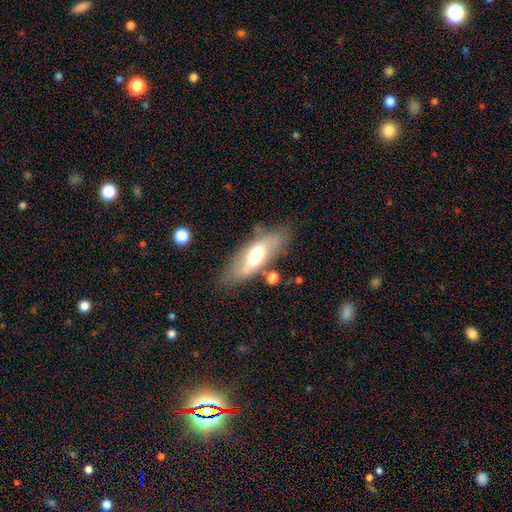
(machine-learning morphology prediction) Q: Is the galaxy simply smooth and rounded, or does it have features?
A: smooth — 51%.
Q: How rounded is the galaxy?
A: in between — 64%.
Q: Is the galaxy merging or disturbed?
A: none — 68%.